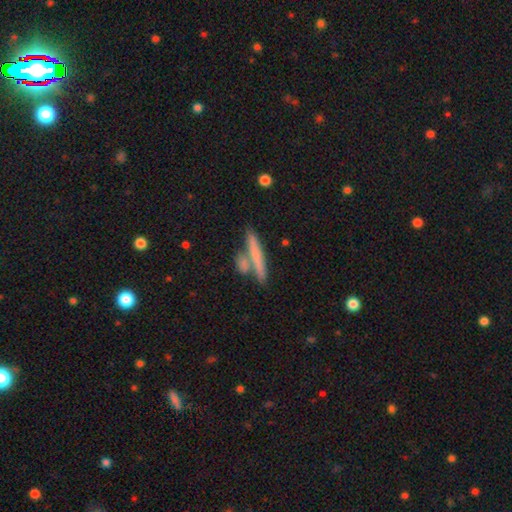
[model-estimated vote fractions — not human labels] smooth_or_featured: smooth (p=0.65) [alt: featured or disk p=0.28]
how_rounded: cigar-shaped (p=0.89) [alt: in between p=0.08]
merging: none (p=0.64) [alt: merger p=0.23]